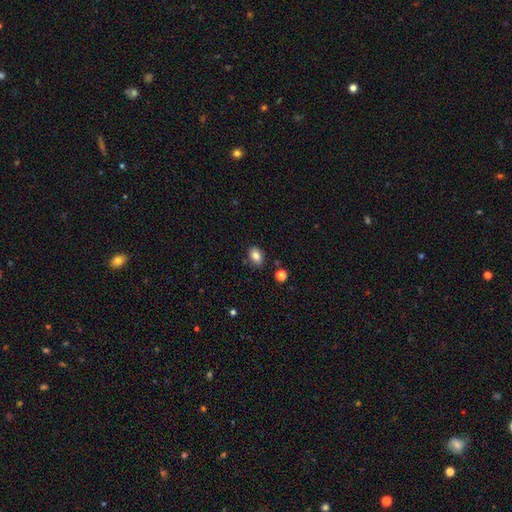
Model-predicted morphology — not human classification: smooth 85%, star or artifact 9%, featured or disk 6%. Down the decision tree: how rounded — in between (81%); merging — none (82%).